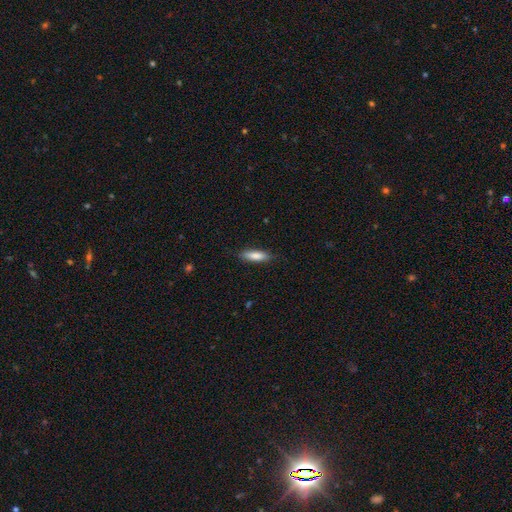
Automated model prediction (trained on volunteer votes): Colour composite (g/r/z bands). It shows a smooth galaxy with no disk features (83%) that is cigar-shaped (62%). Merging: none (84%).